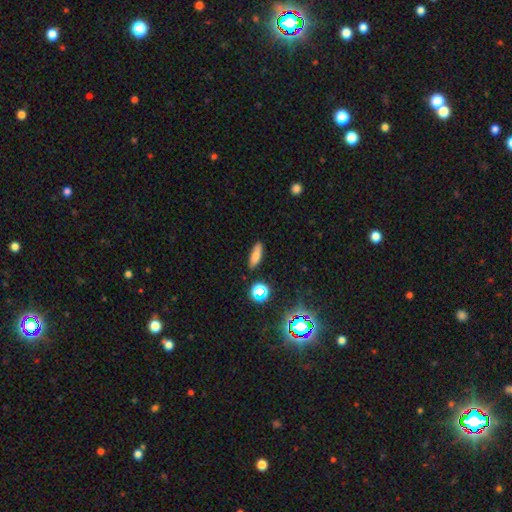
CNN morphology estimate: This appears to be a smooth galaxy with no disk features (74%) that is in between round and cigar-shaped (52%). Merging: none (86%).